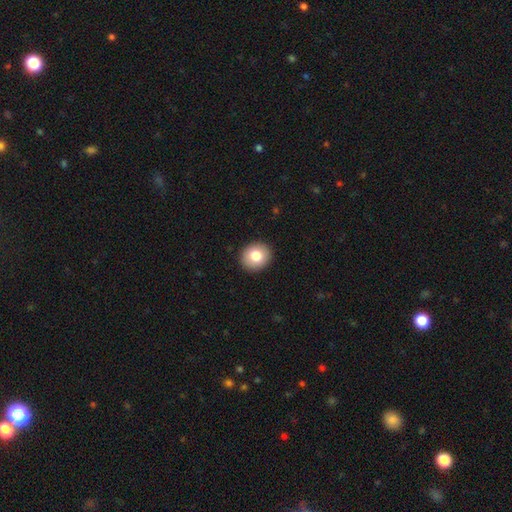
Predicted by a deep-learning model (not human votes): The model was most divided on "how rounded": round: 79%, in between: 20%, cigar-shaped: 1%. More confident: merging — none (92%); smooth or featured — smooth (80%).